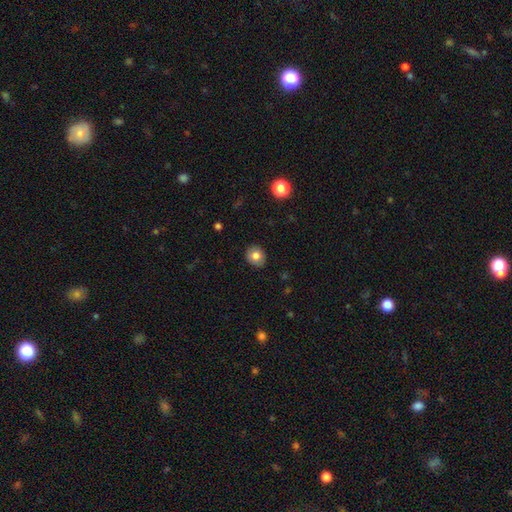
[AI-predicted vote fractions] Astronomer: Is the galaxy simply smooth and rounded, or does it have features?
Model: smooth — 79%.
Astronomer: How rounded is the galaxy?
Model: round — 72%.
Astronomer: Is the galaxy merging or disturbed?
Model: none — 88%.